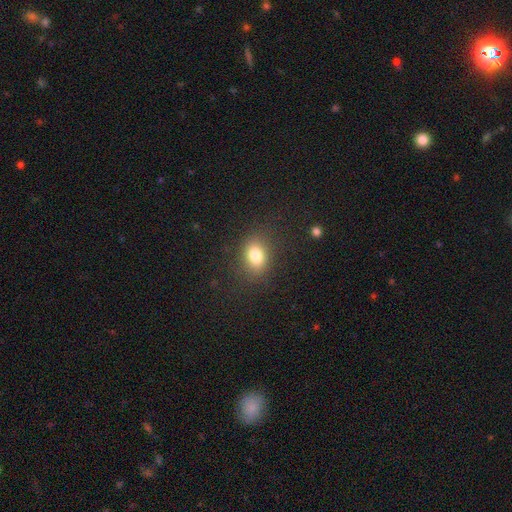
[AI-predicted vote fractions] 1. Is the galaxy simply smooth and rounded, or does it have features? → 81% smooth, 11% star or artifact, 8% featured or disk.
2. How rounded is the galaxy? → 64% in between, 35% round, 1% cigar-shaped.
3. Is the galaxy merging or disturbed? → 82% none, 11% minor disturbance, 5% major disturbance, 1% merger.